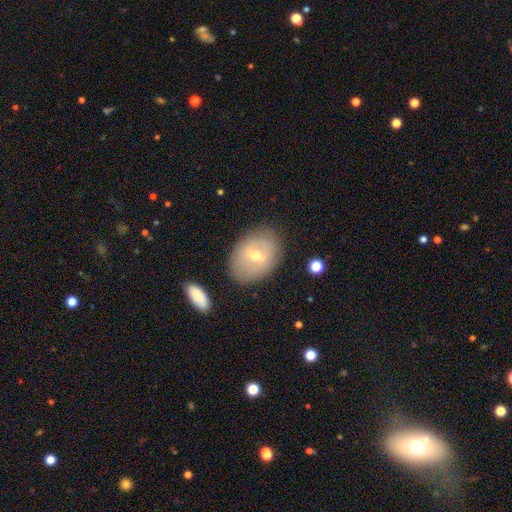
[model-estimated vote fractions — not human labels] The model was most divided on "smooth or featured": featured or disk: 47%, smooth: 45%, star or artifact: 8%. More confident: merging — none (78%).